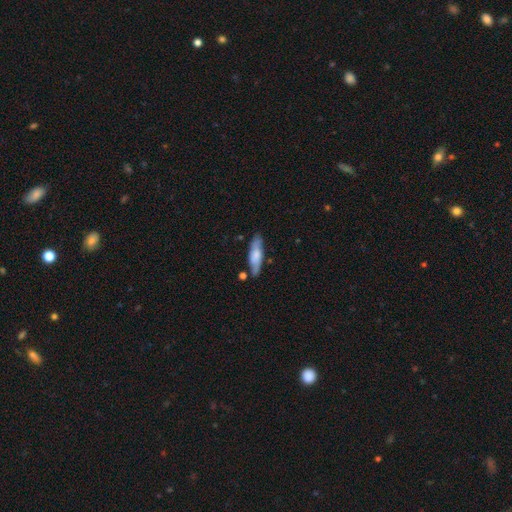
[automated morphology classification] A smooth galaxy with no disk features (61%) that is cigar-shaped (59%).

Vote fractions:
- Smooth or featured? smooth: 61% / featured or disk: 33% / star or artifact: 6%
- How rounded? cigar-shaped: 59% / in between: 39% / round: 2%
- Merging? none: 74% / minor disturbance: 17% / merger: 6% / major disturbance: 3%